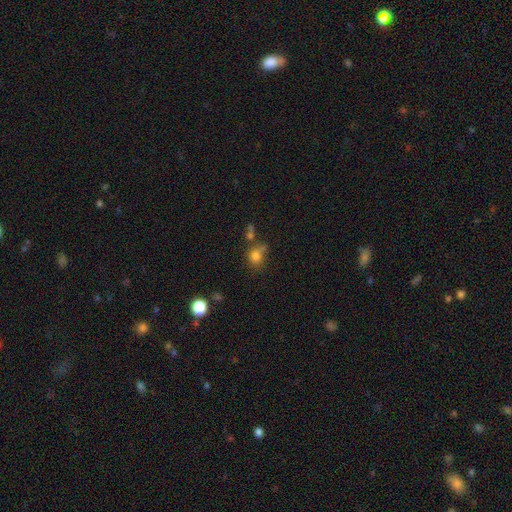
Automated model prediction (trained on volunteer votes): Smooth or featured? Predicted: smooth (p=0.77). How rounded? Predicted: round (p=0.70). Merging? Predicted: none (p=0.52).